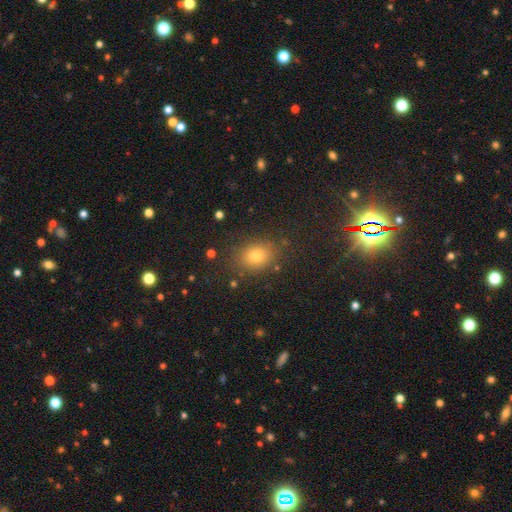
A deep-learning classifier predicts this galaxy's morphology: Q: Smooth or featured?
A: smooth (70%); runner-up: star or artifact (21%)
Q: How rounded?
A: in between (64%); runner-up: round (34%)
Q: Merging?
A: none (83%); runner-up: minor disturbance (11%)